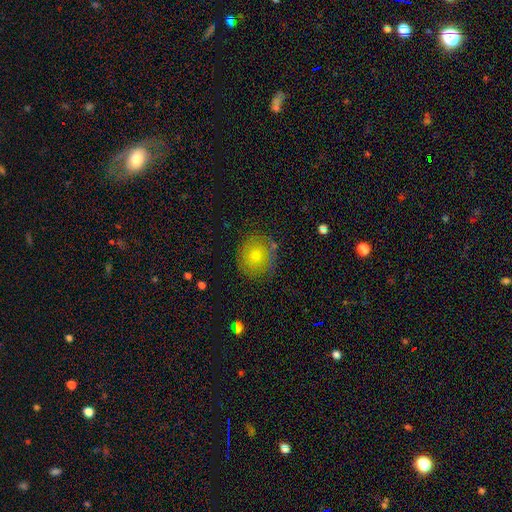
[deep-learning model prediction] The model was most divided on "smooth or featured": smooth: 73%, featured or disk: 18%, star or artifact: 9%. More confident: how rounded — round (85%); merging — none (78%).